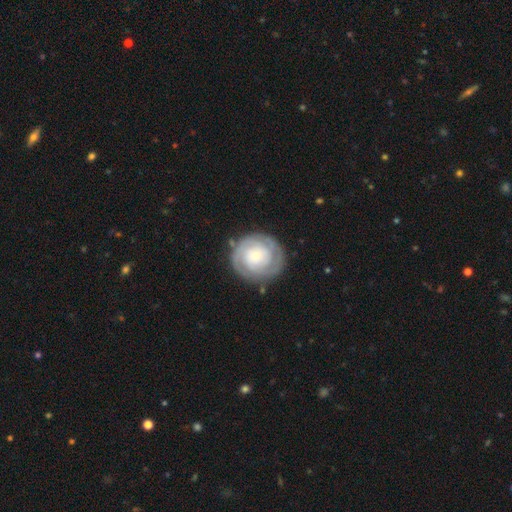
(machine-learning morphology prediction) Q: Smooth or featured?
A: featured or disk (68%); runner-up: smooth (27%)
Q: Edge-on disk?
A: no (98%); runner-up: yes (2%)
Q: Bar?
A: no (83%); runner-up: weak (14%)
Q: Spiral arms?
A: yes (77%); runner-up: no (23%)
Q: Spiral winding?
A: tight (76%); runner-up: medium (17%)
Q: Spiral arm count?
A: can't tell (40%); runner-up: 2 (30%)
Q: Bulge size?
A: small (70%); runner-up: moderate (24%)
Q: Merging?
A: none (80%); runner-up: minor disturbance (13%)